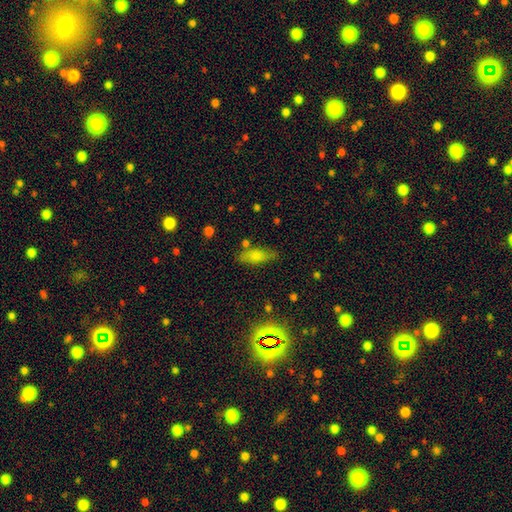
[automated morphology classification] The model was most divided on "how rounded": in between: 68%, cigar-shaped: 28%, round: 4%. More confident: merging — none (74%); smooth or featured — smooth (73%).